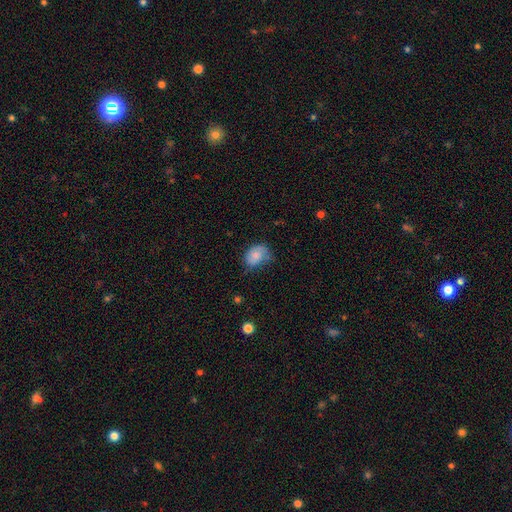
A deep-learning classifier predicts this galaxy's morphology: smooth-or-featured: smooth: 77% | featured or disk: 15% | star or artifact: 8%
  how-rounded: in between: 67% | round: 32% | cigar-shaped: 1%
  merging: none: 48% | minor disturbance: 37% | major disturbance: 14% | merger: 2%